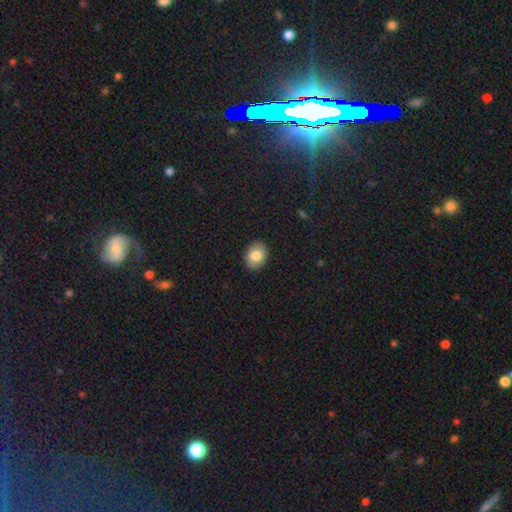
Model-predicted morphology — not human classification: smooth 83%, featured or disk 9%, star or artifact 8%. Down the decision tree: how rounded — in between (65%); merging — none (89%).